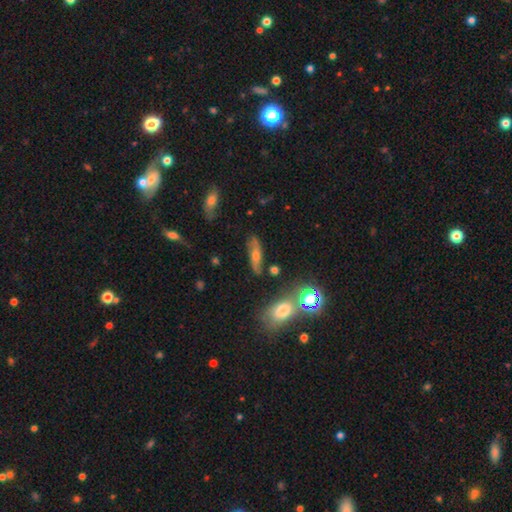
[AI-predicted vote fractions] Morphology: type=featured or disk (48%); merging=none (72%).